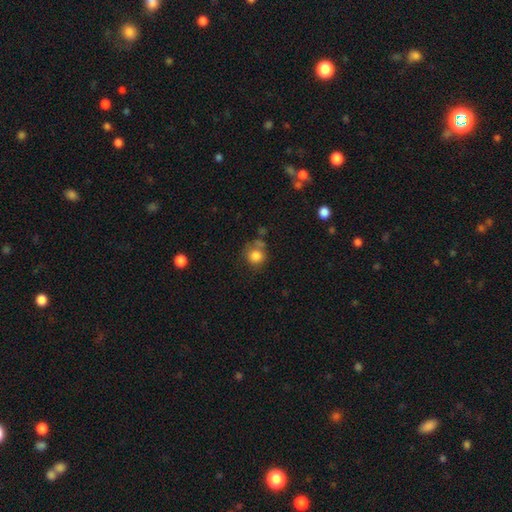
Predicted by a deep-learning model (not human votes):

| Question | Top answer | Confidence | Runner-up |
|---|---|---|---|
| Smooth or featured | smooth | 82% | star or artifact (10%) |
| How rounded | round | 86% | in between (13%) |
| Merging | none | 57% | minor disturbance (21%) |